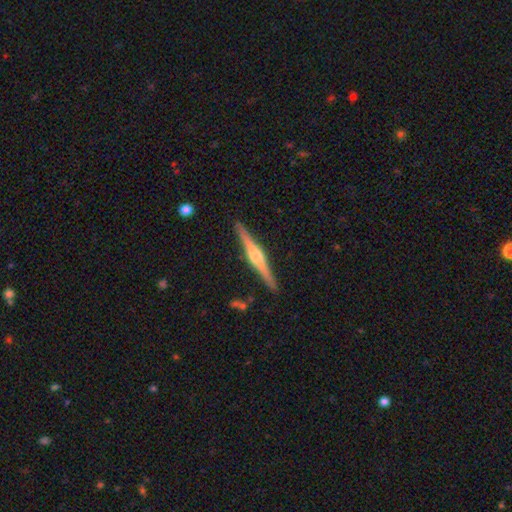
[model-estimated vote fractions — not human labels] Overall: featured or disk (80%). Edge-on disk: yes (98%). Edge-on bulge: rounded (89%). Merging: none (91%).